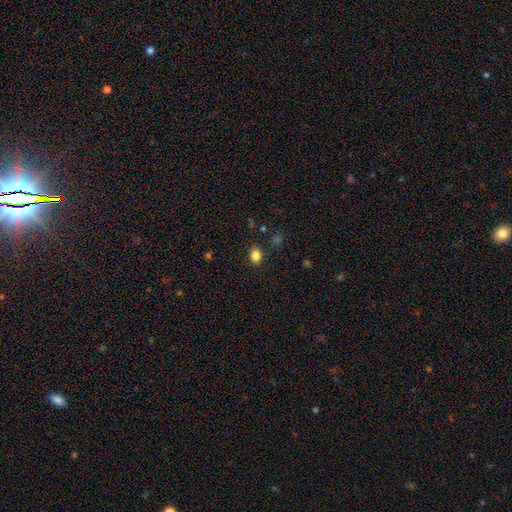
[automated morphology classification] Smooth or featured: smooth — 84% (star or artifact — 12%)
How rounded: round — 51% (in between — 48%)
Merging: none — 87% (minor disturbance — 9%)